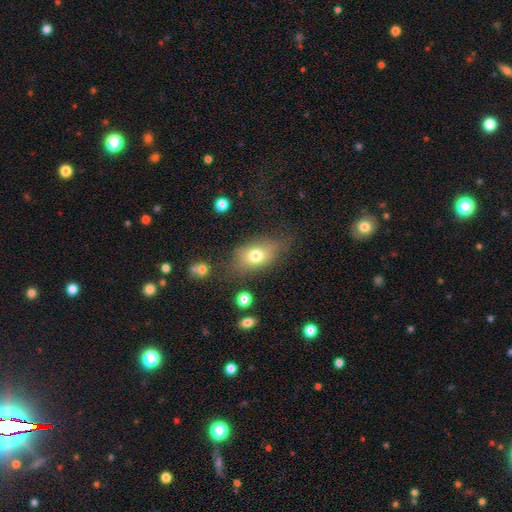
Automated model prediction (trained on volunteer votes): Overall: smooth (73%). How rounded: in between (80%). Merging: none (61%; minor disturbance 23%).